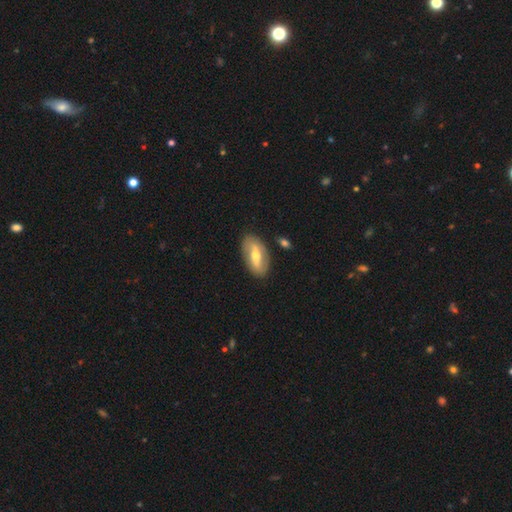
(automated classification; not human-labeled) This appears to be a featured or disk galaxy (54%). Merging: none (83%).